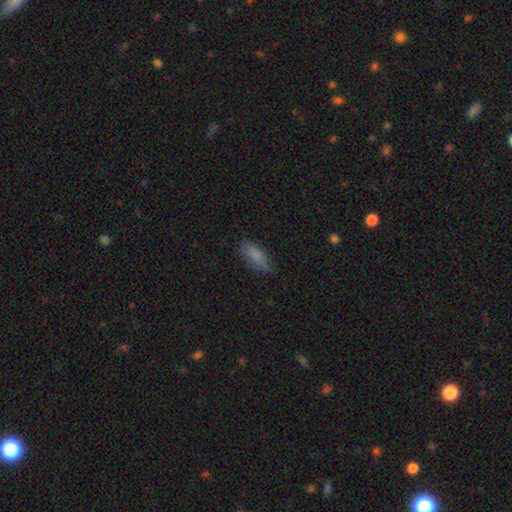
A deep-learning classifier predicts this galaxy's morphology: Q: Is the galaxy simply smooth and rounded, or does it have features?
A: smooth — 77%.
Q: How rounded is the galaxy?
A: in between — 68%.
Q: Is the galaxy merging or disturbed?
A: none — 70%.